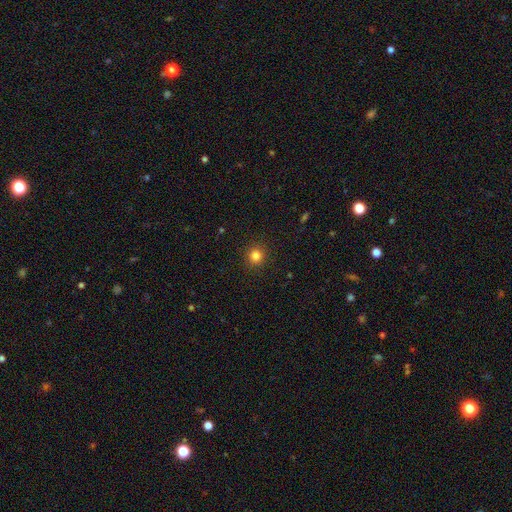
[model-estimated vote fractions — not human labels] A smooth galaxy with no disk features (82%) that is round (92%).

Vote fractions:
- Smooth or featured? smooth: 82% / star or artifact: 13% / featured or disk: 5%
- How rounded? round: 92% / in between: 7% / cigar-shaped: 1%
- Merging? none: 91% / minor disturbance: 6% / major disturbance: 2% / merger: 1%